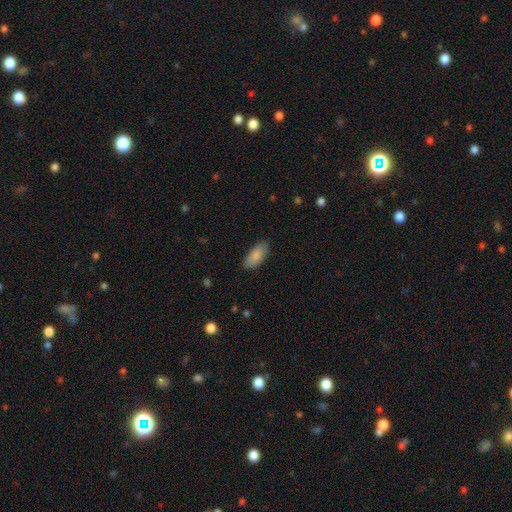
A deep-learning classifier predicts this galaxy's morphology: This is clearly a smooth galaxy (86%). How rounded: clearly in between (87%). Merging: clearly none (84%).